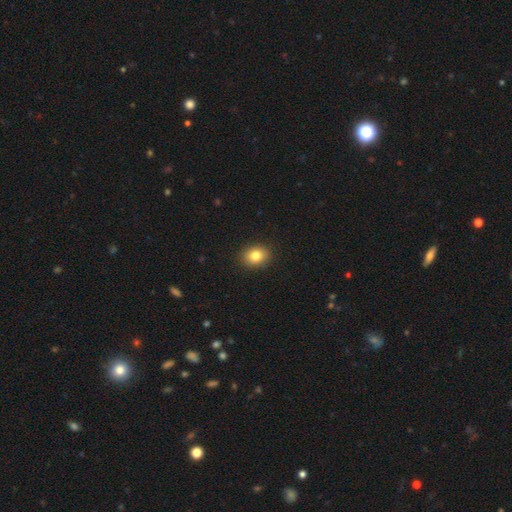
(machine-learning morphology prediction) smooth 83%, star or artifact 10%, featured or disk 8%. Down the decision tree: how rounded — in between (50%); merging — none (90%).